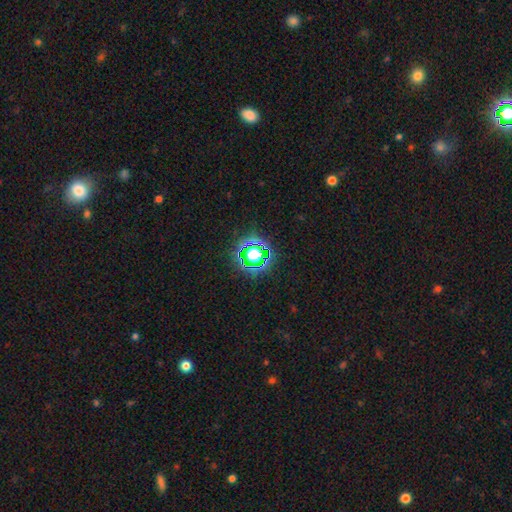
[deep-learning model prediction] Overall: star or artifact (81%).